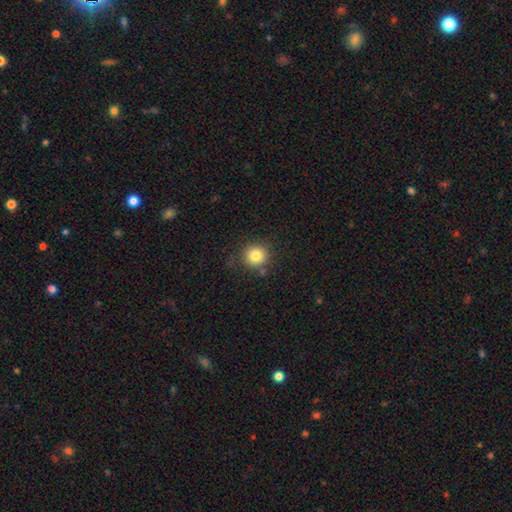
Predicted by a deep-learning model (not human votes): Overall: smooth (82%). How rounded: round (92%). Merging: none (82%).